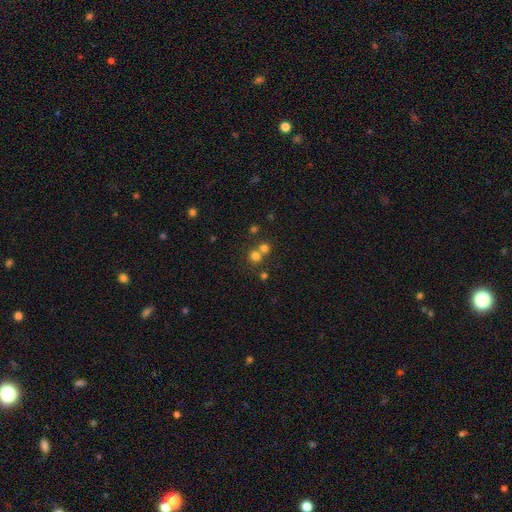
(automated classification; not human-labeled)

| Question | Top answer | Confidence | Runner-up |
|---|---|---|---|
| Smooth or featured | smooth | 72% | star or artifact (19%) |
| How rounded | round | 91% | in between (8%) |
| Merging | none | 54% | merger (38%) |